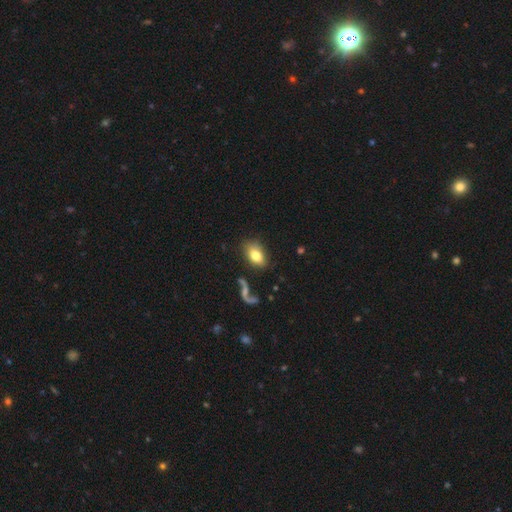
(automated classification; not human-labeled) Q: Smooth or featured?
A: smooth (77%); runner-up: featured or disk (15%)
Q: How rounded?
A: in between (87%); runner-up: round (11%)
Q: Merging?
A: none (73%); runner-up: minor disturbance (16%)